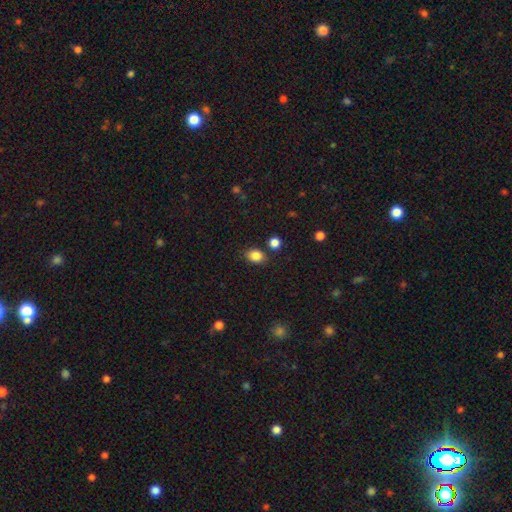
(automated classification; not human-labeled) Q: Smooth or featured?
A: smooth (85%); runner-up: star or artifact (11%)
Q: How rounded?
A: in between (60%); runner-up: round (39%)
Q: Merging?
A: none (80%); runner-up: minor disturbance (11%)